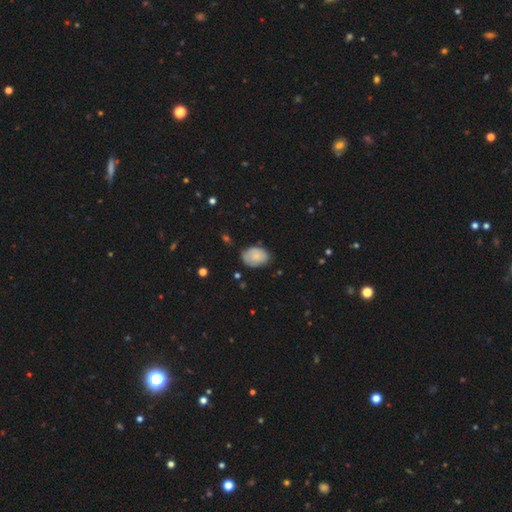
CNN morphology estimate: This appears to be a smooth galaxy with no disk features (78%) that is in between round and cigar-shaped (76%). Merging: none (63%).